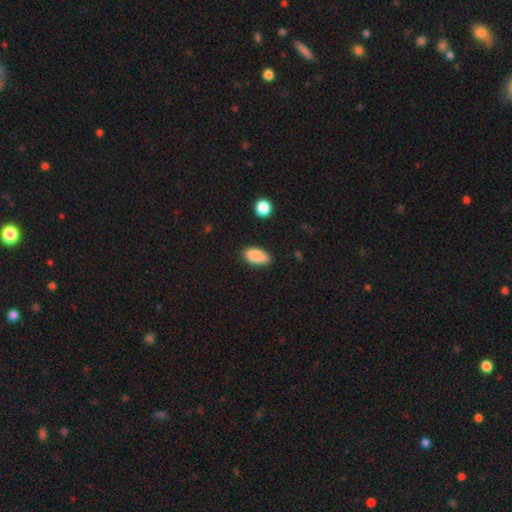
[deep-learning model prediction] Smooth or featured: smooth — 88% (star or artifact — 7%)
How rounded: in between — 92% (cigar-shaped — 5%)
Merging: none — 79% (minor disturbance — 16%)